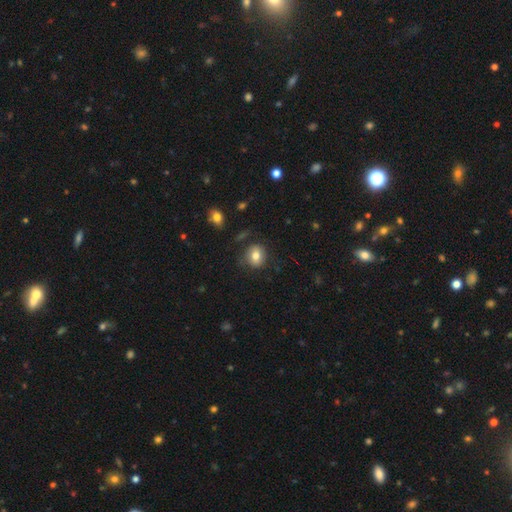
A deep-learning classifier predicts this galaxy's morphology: A smooth galaxy with no disk features (78%) that is round (62%).

Vote fractions:
- Smooth or featured? smooth: 78% / featured or disk: 13% / star or artifact: 9%
- How rounded? round: 62% / in between: 37% / cigar-shaped: 1%
- Merging? none: 78% / minor disturbance: 15% / major disturbance: 5% / merger: 2%